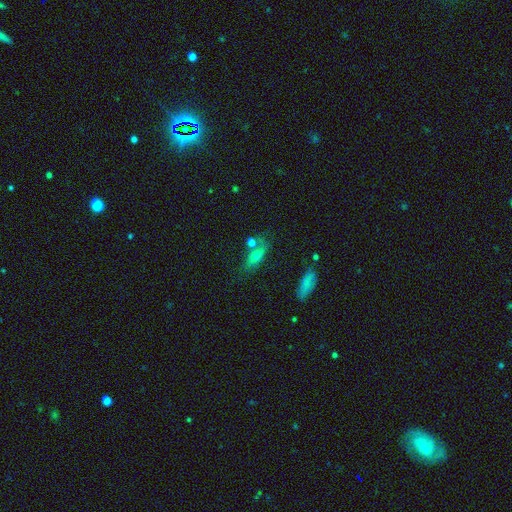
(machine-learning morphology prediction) Q: Smooth or featured?
A: smooth (55%); runner-up: featured or disk (27%)
Q: How rounded?
A: in between (60%); runner-up: cigar-shaped (32%)
Q: Merging?
A: none (57%); runner-up: minor disturbance (18%)